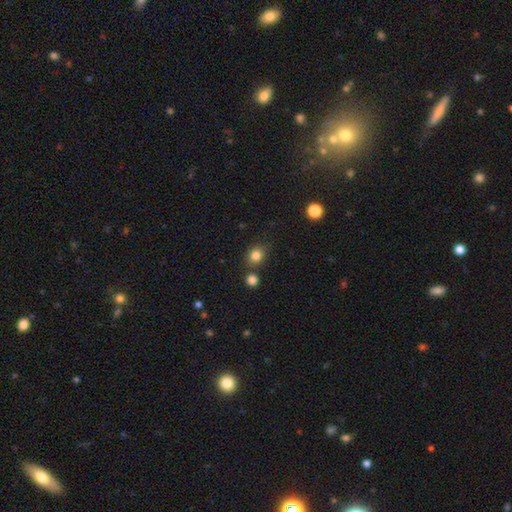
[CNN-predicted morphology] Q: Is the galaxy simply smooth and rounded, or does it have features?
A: smooth — 83%.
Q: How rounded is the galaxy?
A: round — 62%.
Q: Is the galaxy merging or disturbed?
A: none — 74%.